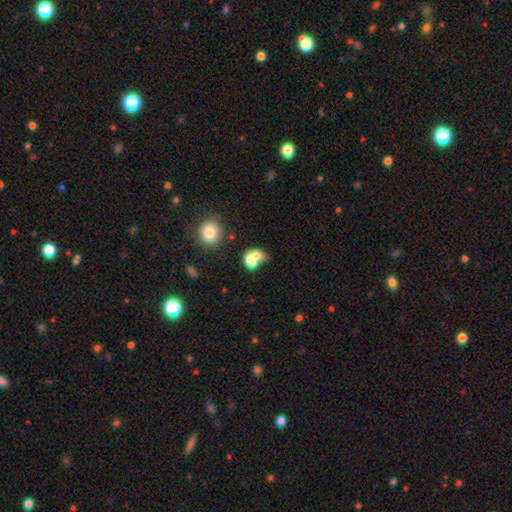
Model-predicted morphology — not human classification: Overall: smooth (70%). How rounded: in between (56%; round 42%). Merging: merger (63%).